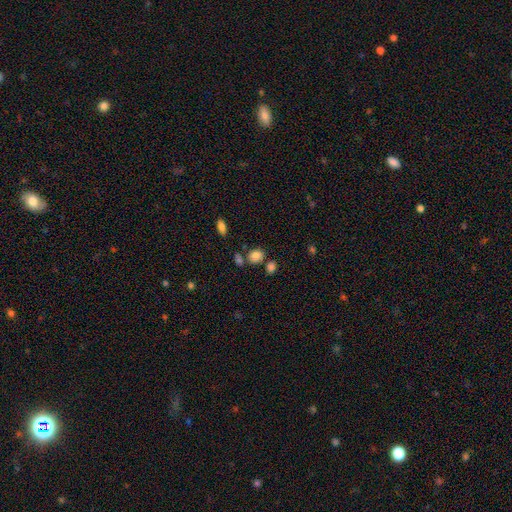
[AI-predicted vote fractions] Smooth or featured?
  - smooth: 83% *
  - star or artifact: 11%
  - featured or disk: 6%
How rounded?
  - round: 59% *
  - in between: 40%
  - cigar-shaped: 1%
Merging?
  - none: 68% *
  - merger: 16%
  - minor disturbance: 12%
  - major disturbance: 4%